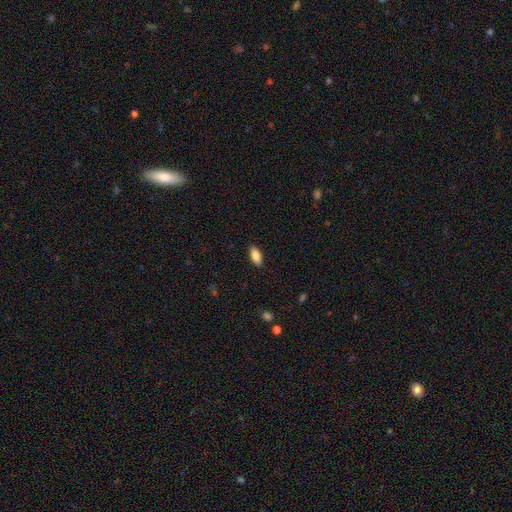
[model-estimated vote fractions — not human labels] Overall: smooth (85%). How rounded: in between (88%). Merging: none (89%).